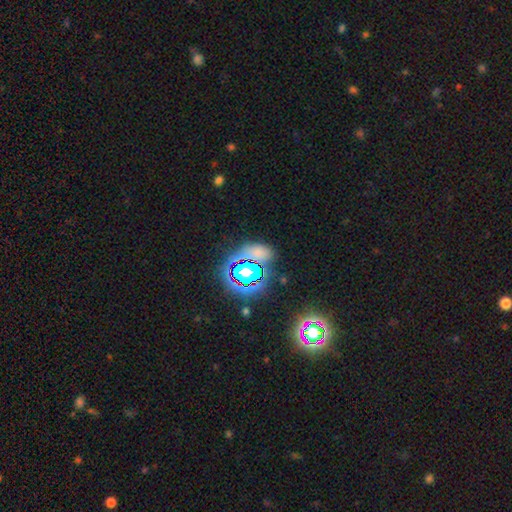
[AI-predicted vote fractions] Overall: star or artifact (53%; smooth 34%).